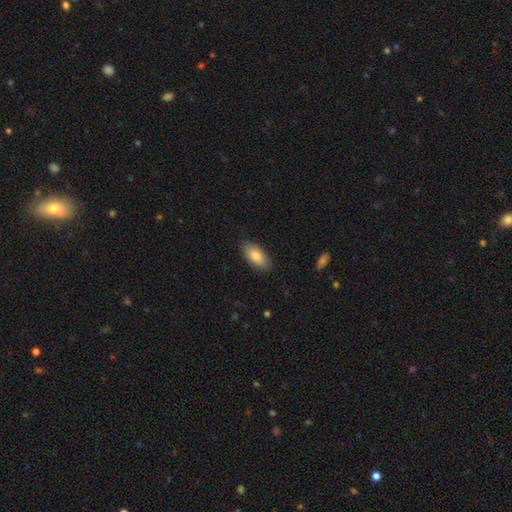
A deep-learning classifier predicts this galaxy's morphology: Smooth or featured? smooth (82%)
How rounded? in between (91%)
Merging? none (87%)